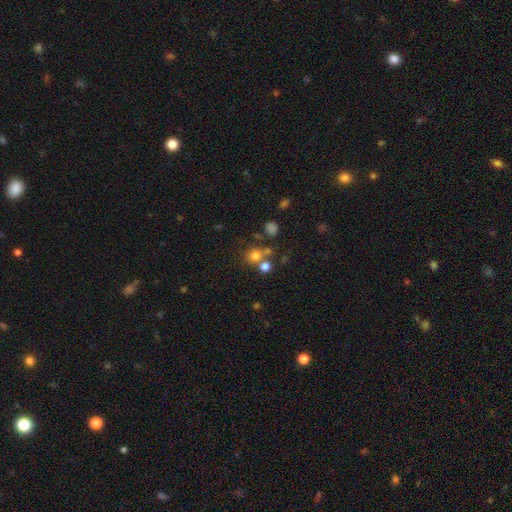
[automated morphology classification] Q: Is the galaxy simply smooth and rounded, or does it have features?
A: smooth — 73%.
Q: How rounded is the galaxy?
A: round — 84%.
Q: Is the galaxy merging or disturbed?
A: none — 58%.